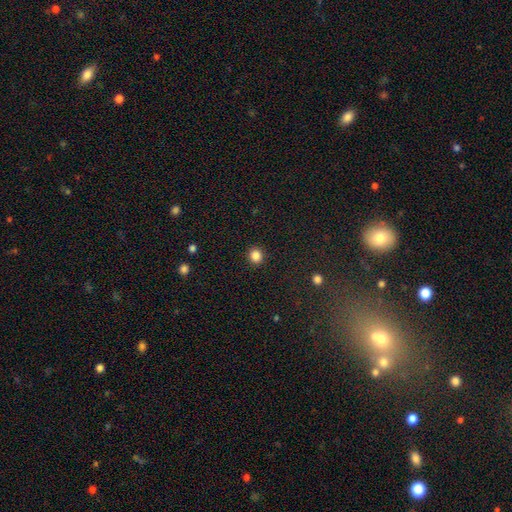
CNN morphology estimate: A smooth galaxy with no disk features (85%) that is round (84%). Merging: none (92%).